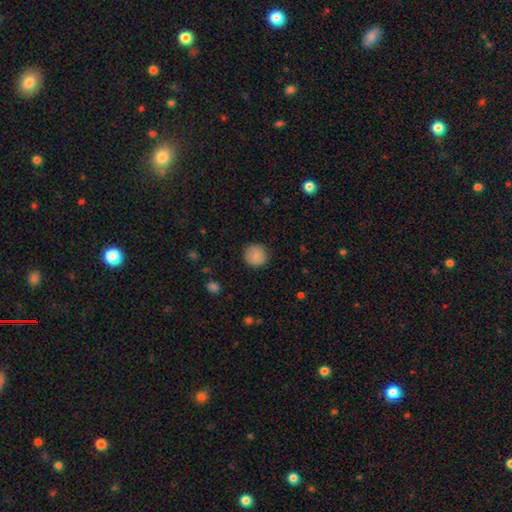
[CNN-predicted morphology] This is clearly a smooth galaxy (88%). How rounded: clearly round (93%). Merging: clearly none (88%).